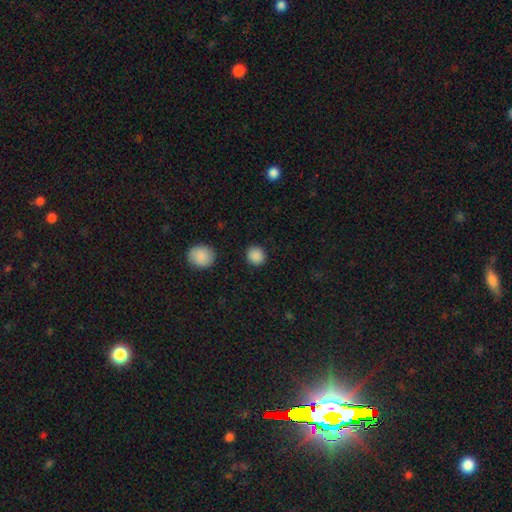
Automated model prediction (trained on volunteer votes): The model was most divided on "how rounded": round: 89%, in between: 10%, cigar-shaped: 1%. More confident: merging — none (90%); smooth or featured — smooth (88%).